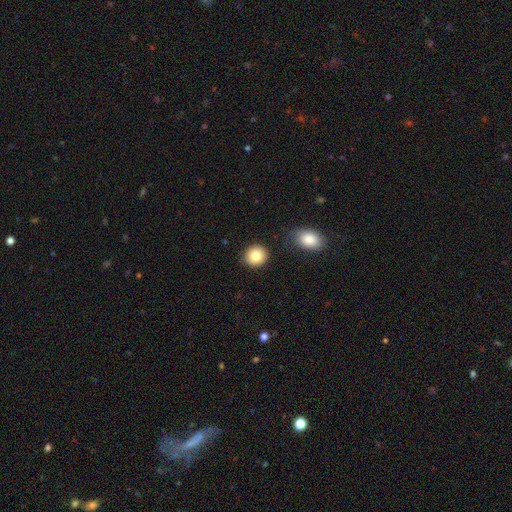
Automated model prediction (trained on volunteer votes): This appears to be a smooth galaxy with no disk features (84%) that is round (85%). Merging: none (85%).